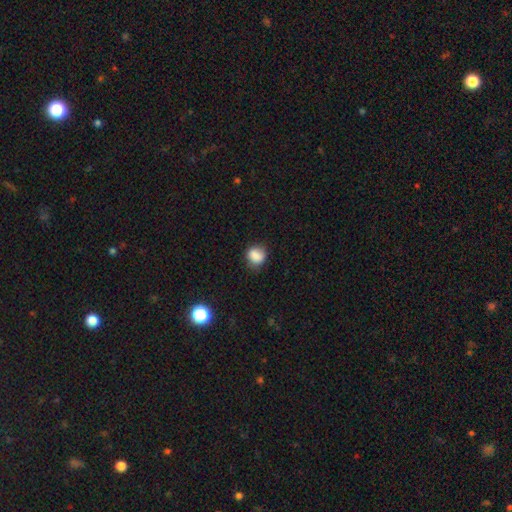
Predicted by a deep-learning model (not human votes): This is clearly a smooth galaxy (84%). How rounded: likely round (65%). Merging: likely none (68%).